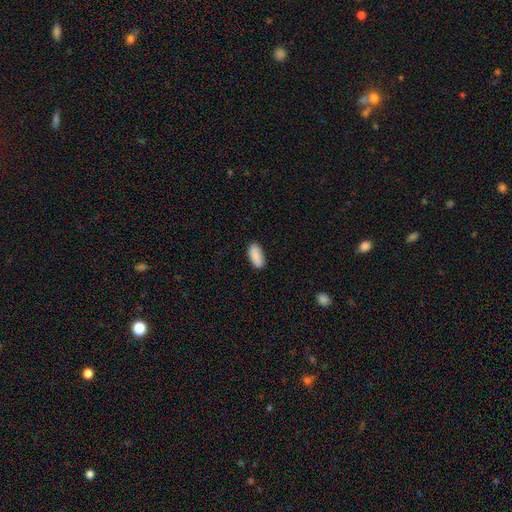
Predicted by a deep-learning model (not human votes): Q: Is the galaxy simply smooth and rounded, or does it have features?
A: smooth — 88%.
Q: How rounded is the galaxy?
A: in between — 82%.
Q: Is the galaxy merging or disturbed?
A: none — 84%.